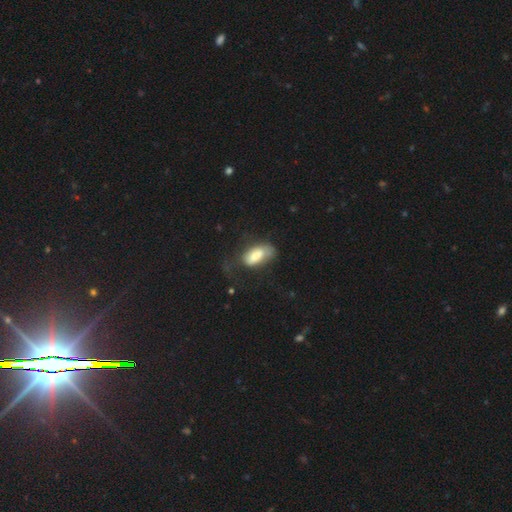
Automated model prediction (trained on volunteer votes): A smooth galaxy with no disk features (73%) that is in between round and cigar-shaped (91%). Merging: major disturbance (36%).